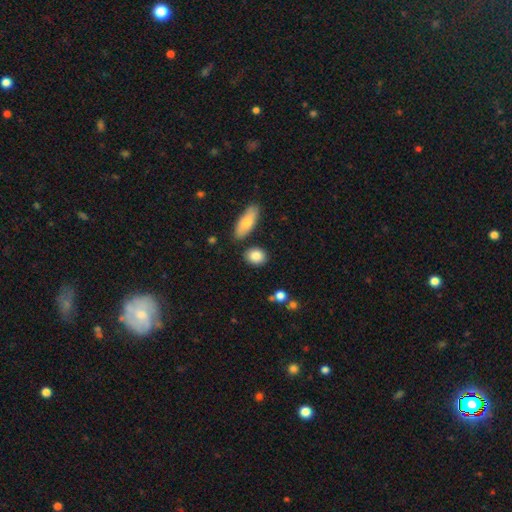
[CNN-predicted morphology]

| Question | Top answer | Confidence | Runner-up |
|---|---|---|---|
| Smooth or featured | smooth | 86% | featured or disk (7%) |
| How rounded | in between | 60% | round (37%) |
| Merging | none | 79% | minor disturbance (11%) |